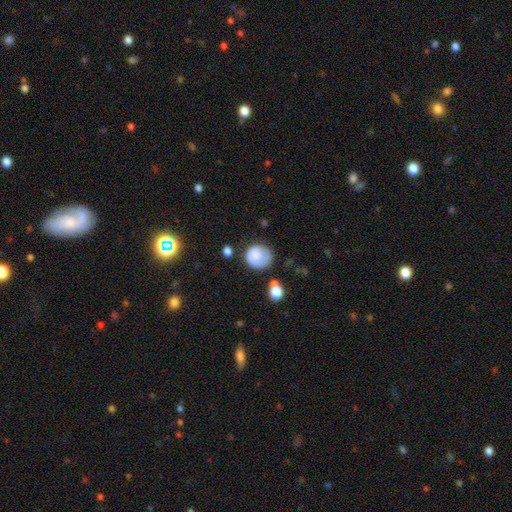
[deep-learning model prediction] Smooth or featured? Predicted: smooth (p=0.77). How rounded? Predicted: round (p=0.84). Merging? Predicted: none (p=0.58).